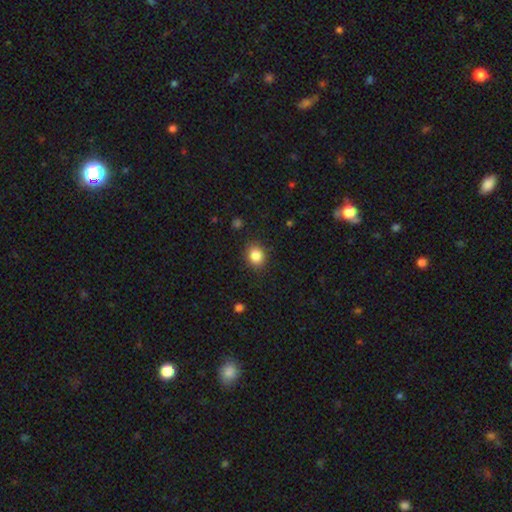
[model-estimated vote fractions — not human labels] Smooth or featured? smooth (85%)
How rounded? round (61%)
Merging? none (86%)